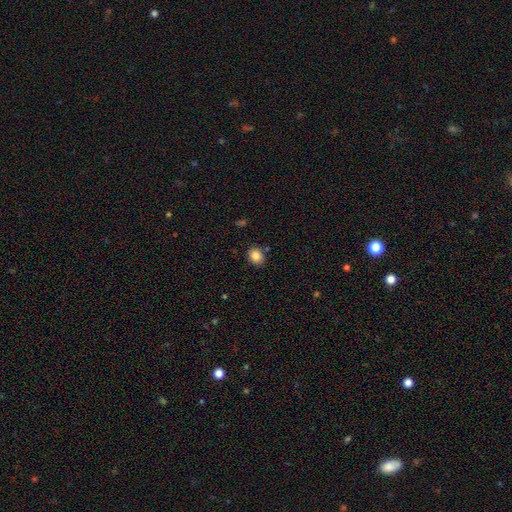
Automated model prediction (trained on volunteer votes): This appears to be a smooth galaxy with no disk features (85%) that is round (63%). Merging: none (85%).